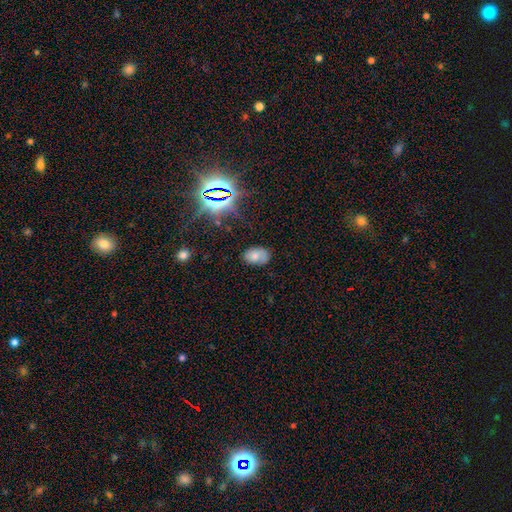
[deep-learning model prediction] The model was most divided on "merging": none: 66%, minor disturbance: 24%, major disturbance: 7%, merger: 3%. More confident: how rounded — in between (86%); smooth or featured — smooth (67%).